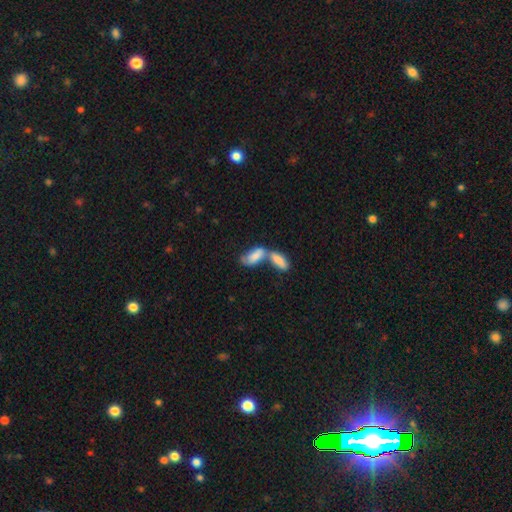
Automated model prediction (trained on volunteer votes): smooth 74%, featured or disk 19%, star or artifact 7%. Down the decision tree: how rounded — in between (80%); merging — merger (73%).